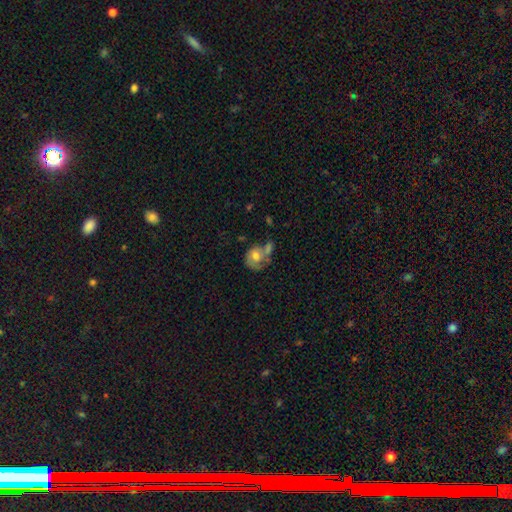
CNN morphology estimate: Smooth or featured? Predicted: featured or disk (p=0.48). Merging? Predicted: merger (p=0.34).